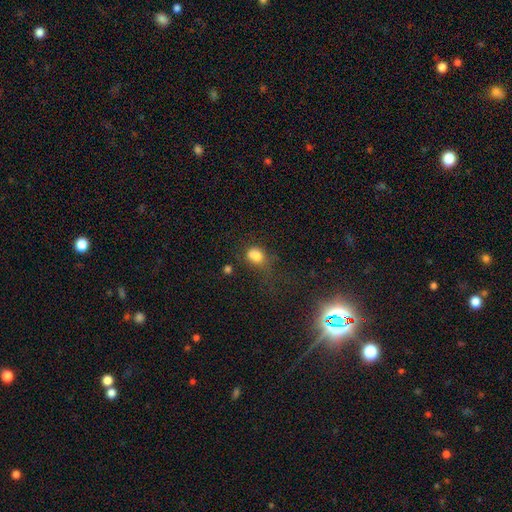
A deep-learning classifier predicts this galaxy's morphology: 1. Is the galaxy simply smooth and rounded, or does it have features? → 75% smooth, 14% star or artifact, 12% featured or disk.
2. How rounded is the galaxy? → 50% in between, 48% round, 2% cigar-shaped.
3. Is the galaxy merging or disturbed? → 32% none, 25% minor disturbance, 24% major disturbance, 19% merger.